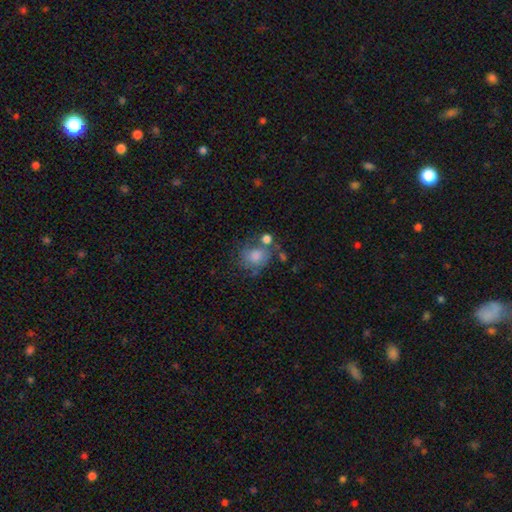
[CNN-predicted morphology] type=smooth (60%); roundness=round (68%); merging=none (50%).